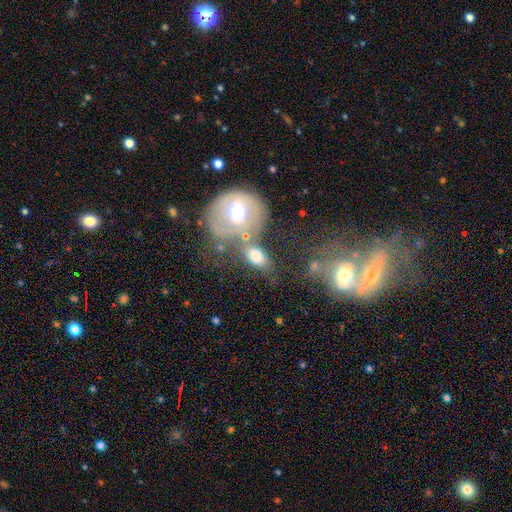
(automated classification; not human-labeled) A smooth galaxy with no disk features (68%) that is in between round and cigar-shaped (76%).

Vote fractions:
- Smooth or featured? smooth: 68% / featured or disk: 22% / star or artifact: 10%
- How rounded? in between: 76% / round: 22% / cigar-shaped: 3%
- Merging? none: 38% / merger: 34% / minor disturbance: 16% / major disturbance: 12%